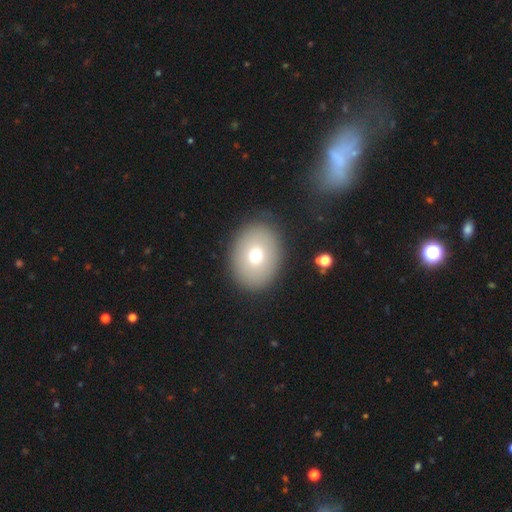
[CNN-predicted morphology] Smooth or featured?
  - smooth: 71% *
  - featured or disk: 18%
  - star or artifact: 11%
How rounded?
  - in between: 57% *
  - round: 42%
  - cigar-shaped: 1%
Merging?
  - none: 86% *
  - minor disturbance: 9%
  - major disturbance: 4%
  - merger: 1%